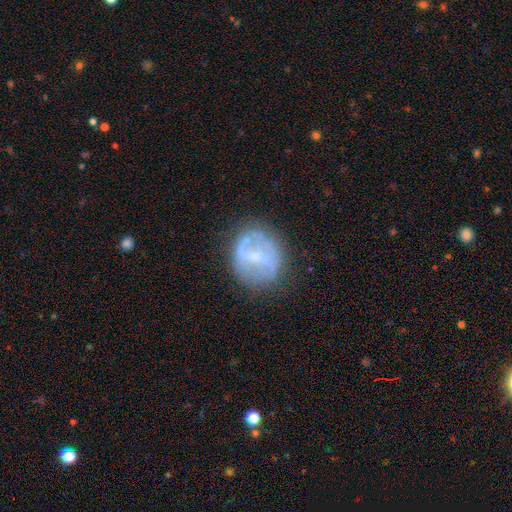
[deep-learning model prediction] Morphology: type=featured or disk (59%); edge-on=no (96%); bar=weak (45%); spiral arms=no (60%); bulge=small (56%); merging=none (70%).